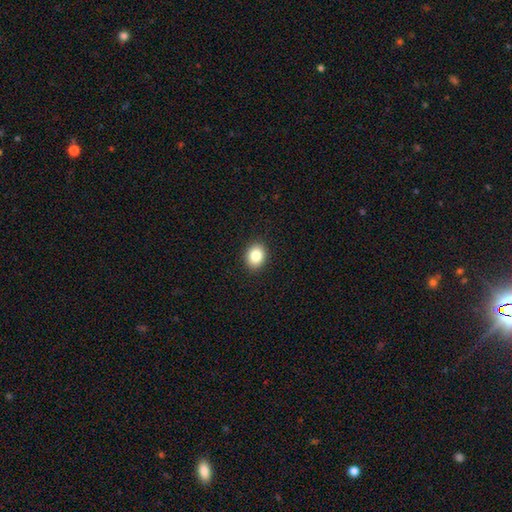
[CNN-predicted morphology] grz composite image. It shows a smooth galaxy with no disk features (85%) that is round (54%). Merging: none (91%).